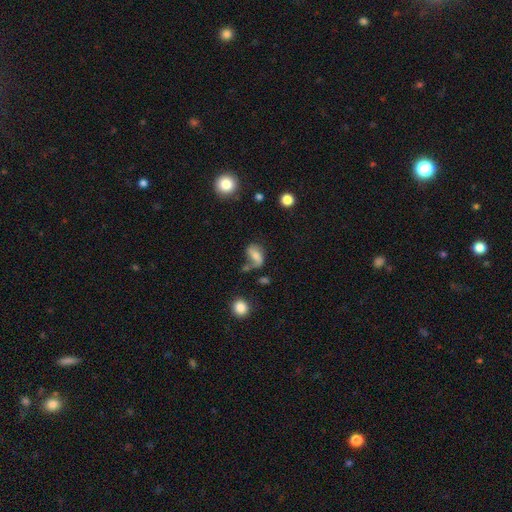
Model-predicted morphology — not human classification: type=smooth (55%); roundness=in between (83%); merging=none (36%).